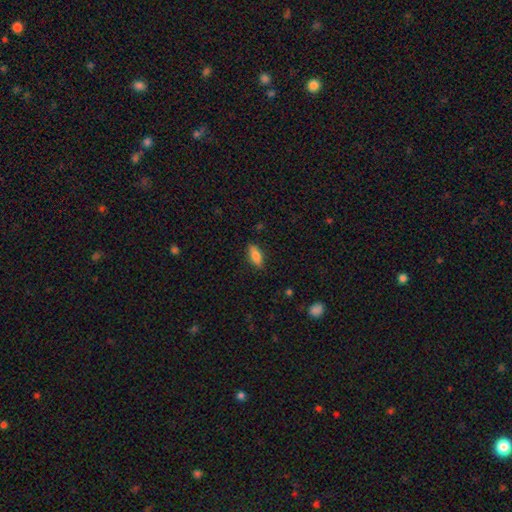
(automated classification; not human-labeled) A smooth galaxy with no disk features (81%) that is in between round and cigar-shaped (81%).

Vote fractions:
- Smooth or featured? smooth: 81% / featured or disk: 11% / star or artifact: 7%
- How rounded? in between: 81% / cigar-shaped: 17% / round: 3%
- Merging? none: 85% / minor disturbance: 11% / major disturbance: 2% / merger: 1%